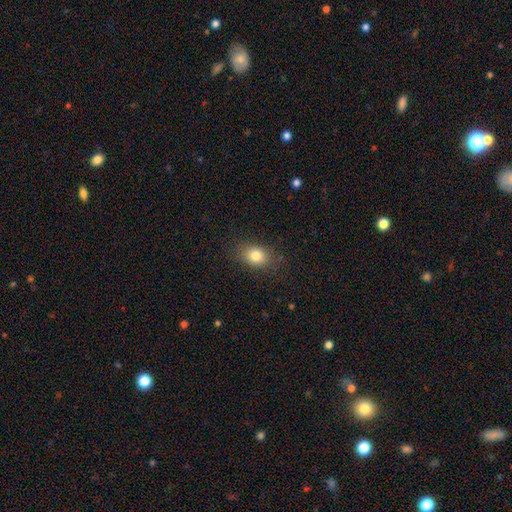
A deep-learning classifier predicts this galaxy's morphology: Overall: smooth (81%). How rounded: in between (69%; round 29%). Merging: none (82%).